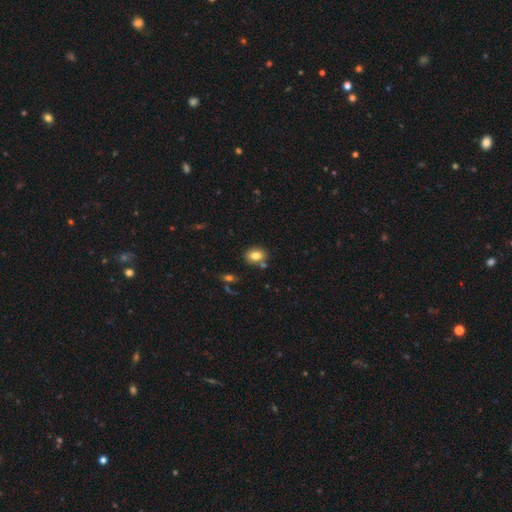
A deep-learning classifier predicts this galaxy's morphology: type=smooth (80%); roundness=in between (65%); merging=none (76%).